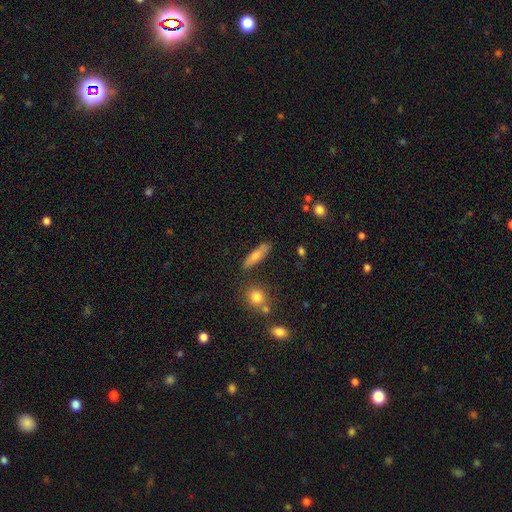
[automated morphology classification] Smooth or featured? Predicted: smooth (p=0.71). How rounded? Predicted: cigar-shaped (p=0.69). Merging? Predicted: none (p=0.80).